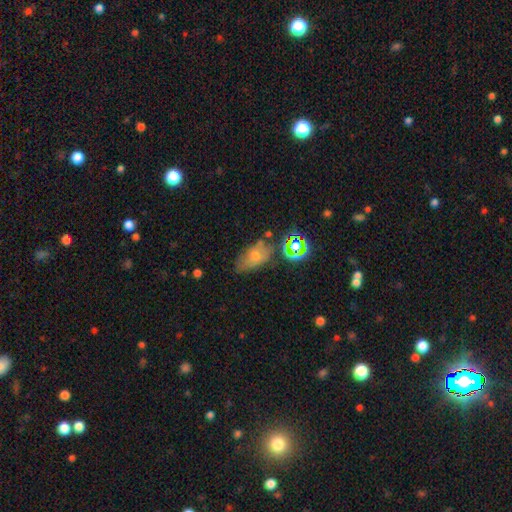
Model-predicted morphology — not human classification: Smooth or featured? smooth (50%)
Merging? none (56%)